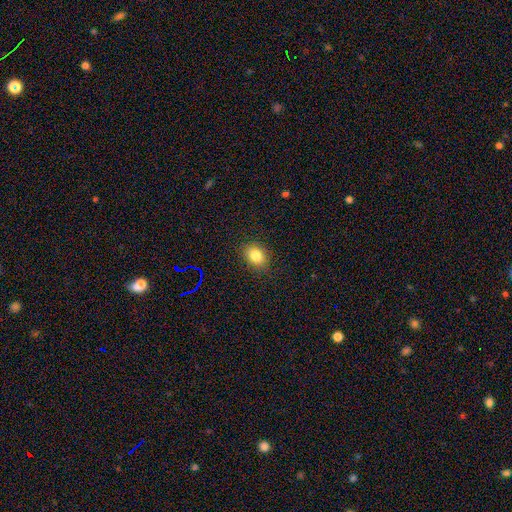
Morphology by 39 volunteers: Q: Smooth or featured?
A: smooth (85%); runner-up: star or artifact (10%)
Q: How rounded?
A: in between (61%); runner-up: round (39%)
Q: Merging?
A: none (86%); runner-up: minor disturbance (9%)